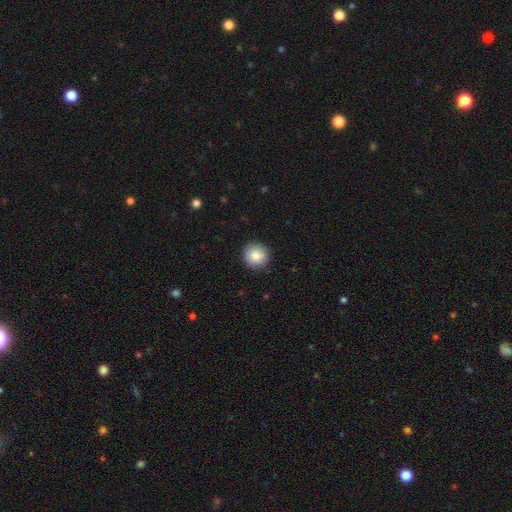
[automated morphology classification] type=smooth (85%); roundness=round (93%); merging=none (90%).